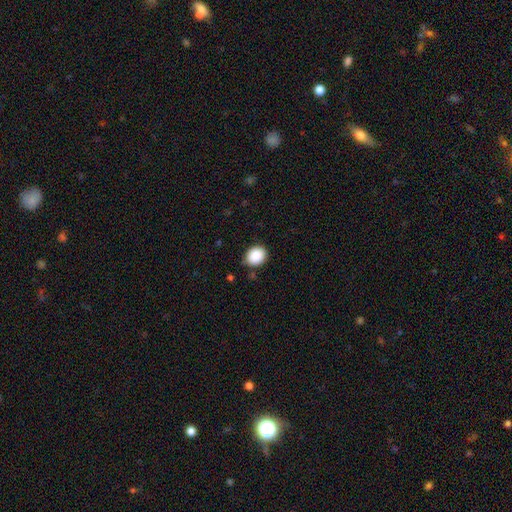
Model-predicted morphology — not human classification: Overall: smooth (89%). How rounded: round (55%; in between 45%). Merging: none (82%).